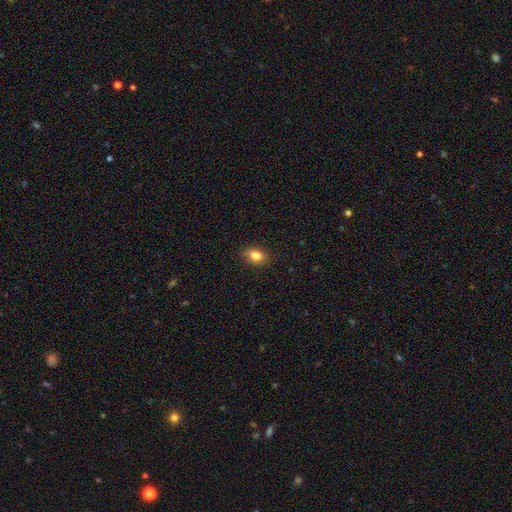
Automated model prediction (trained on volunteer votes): Smooth or featured? Predicted: smooth (p=0.83). How rounded? Predicted: in between (p=0.80). Merging? Predicted: none (p=0.86).